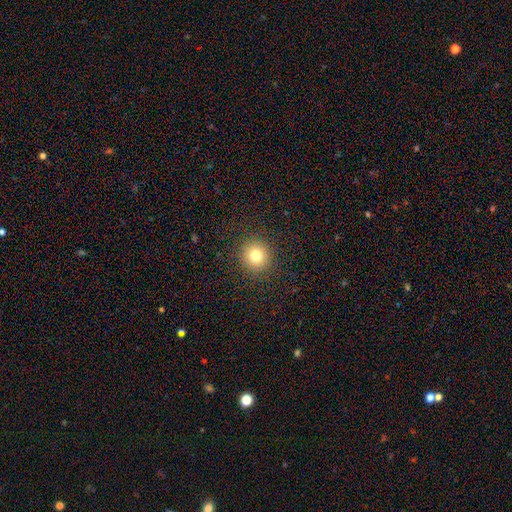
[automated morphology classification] Q: Smooth or featured?
A: smooth (78%); runner-up: star or artifact (13%)
Q: How rounded?
A: round (93%); runner-up: in between (6%)
Q: Merging?
A: none (91%); runner-up: minor disturbance (5%)